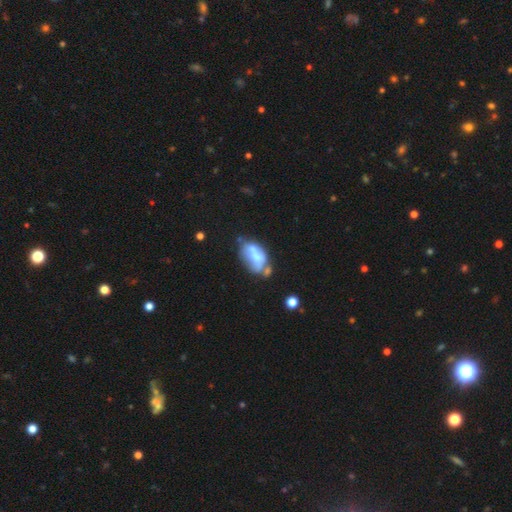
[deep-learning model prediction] smooth_or_featured: smooth (p=0.48) [alt: featured or disk p=0.42]
merging: merger (p=0.36) [alt: none p=0.25]